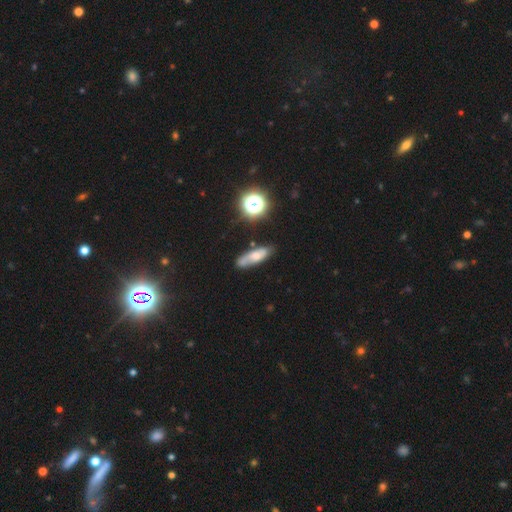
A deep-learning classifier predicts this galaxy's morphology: Q: Smooth or featured?
A: smooth (50%); runner-up: featured or disk (37%)
Q: How rounded?
A: in between (47%); runner-up: cigar-shaped (46%)
Q: Merging?
A: none (65%); runner-up: minor disturbance (23%)